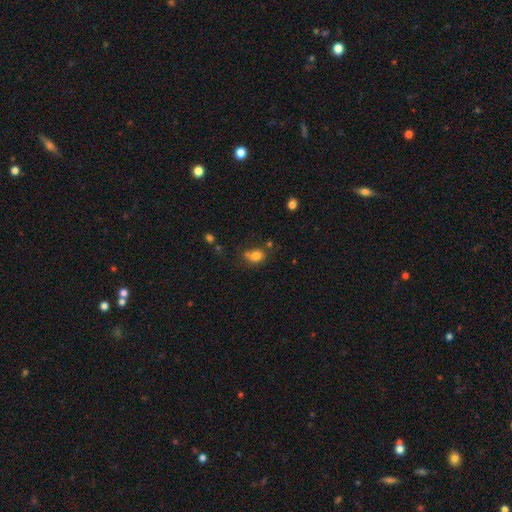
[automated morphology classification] This appears to be a smooth galaxy with no disk features (77%) that is in between round and cigar-shaped (66%). Merging: none (50%).